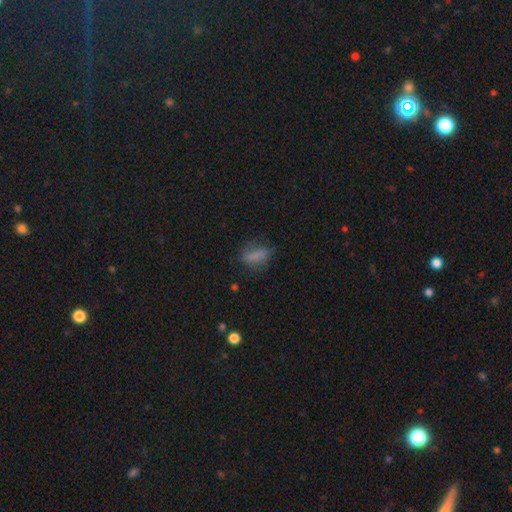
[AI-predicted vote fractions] smooth 72%, featured or disk 16%, star or artifact 12%. Down the decision tree: how rounded — in between (77%); merging — none (60%).